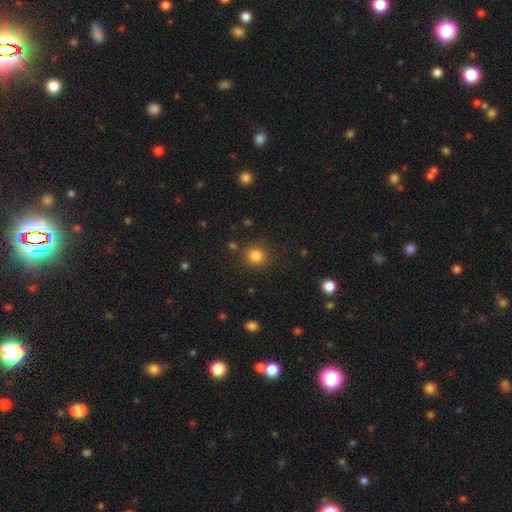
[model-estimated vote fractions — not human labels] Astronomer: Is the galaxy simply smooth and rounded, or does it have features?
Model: smooth — 84%.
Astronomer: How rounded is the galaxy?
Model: round — 88%.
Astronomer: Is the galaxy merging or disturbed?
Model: none — 85%.